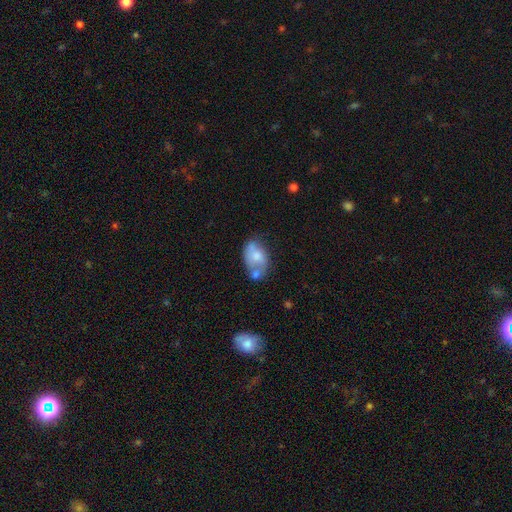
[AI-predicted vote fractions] Smooth or featured: smooth — 56% (featured or disk — 37%)
How rounded: in between — 88% (round — 11%)
Merging: none — 33% (merger — 29%)